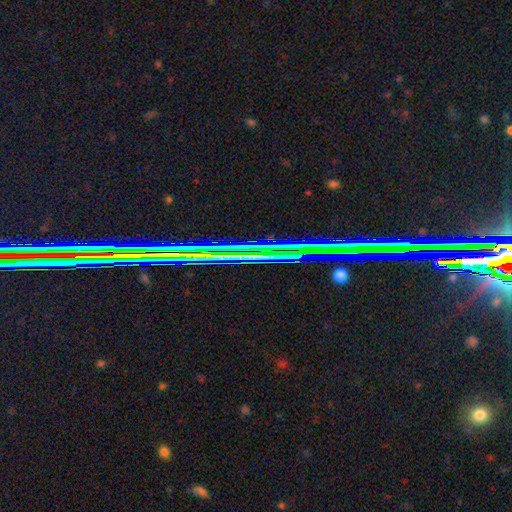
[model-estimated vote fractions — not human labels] This appears to be a star or artifact, not a galaxy (83%).